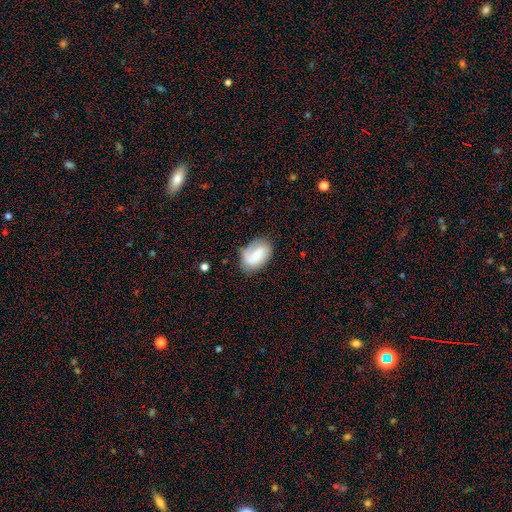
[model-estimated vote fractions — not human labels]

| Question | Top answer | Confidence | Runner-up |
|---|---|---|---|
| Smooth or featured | smooth | 59% | featured or disk (33%) |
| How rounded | in between | 84% | round (15%) |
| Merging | none | 68% | minor disturbance (22%) |